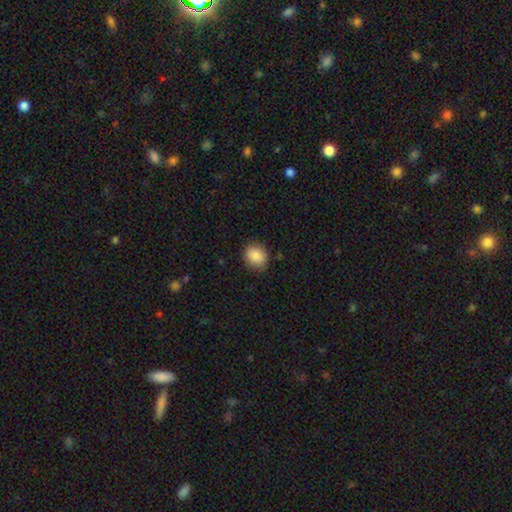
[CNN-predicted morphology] This is clearly a smooth galaxy (88%). How rounded: likely round (62%). Merging: clearly none (84%).